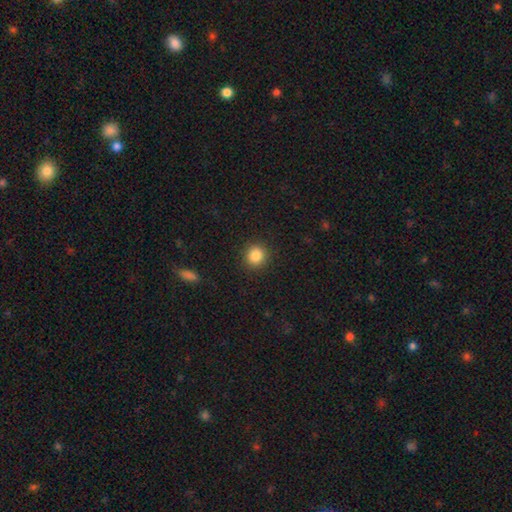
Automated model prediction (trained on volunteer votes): Morphology: type=smooth (85%); roundness=round (88%); merging=none (90%).